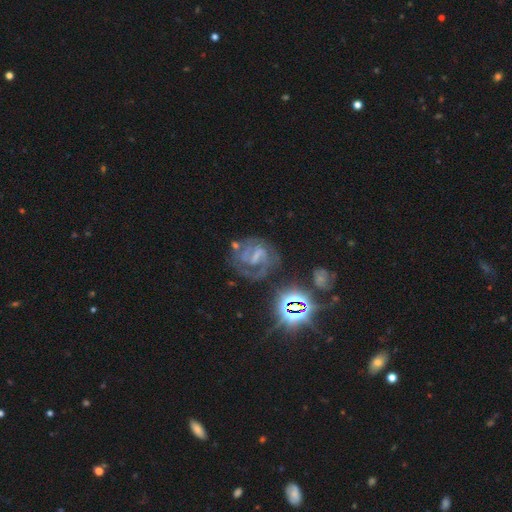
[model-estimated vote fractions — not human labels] Smooth or featured?
  - featured or disk: 72% *
  - star or artifact: 16%
  - smooth: 12%
Edge-on disk?
  - no: 97% *
  - yes: 3%
Bar?
  - weak: 41% *
  - strong: 40%
  - no: 19%
Spiral arms?
  - yes: 84% *
  - no: 16%
Spiral winding?
  - medium: 43% *
  - tight: 42%
  - loose: 15%
Spiral arm count?
  - 2: 56% *
  - can't tell: 23%
  - 1: 10%
  - 3: 7%
  - 4: 2%
  - more than 4: 2%
Bulge size?
  - none: 54% *
  - small: 25%
  - moderate: 16%
  - large: 4%
  - dominant: 1%
Merging?
  - none: 55% *
  - major disturbance: 20%
  - minor disturbance: 19%
  - merger: 6%